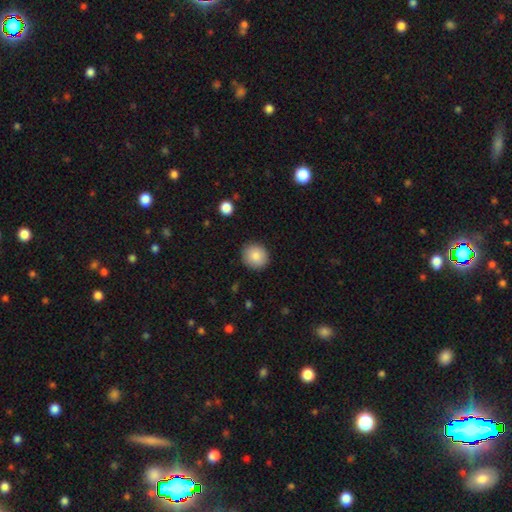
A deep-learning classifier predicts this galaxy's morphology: A smooth galaxy with no disk features (86%) that is round (86%).

Vote fractions:
- Smooth or featured? smooth: 86% / star or artifact: 8% / featured or disk: 6%
- How rounded? round: 86% / in between: 13% / cigar-shaped: 1%
- Merging? none: 89% / minor disturbance: 8% / major disturbance: 2% / merger: 1%